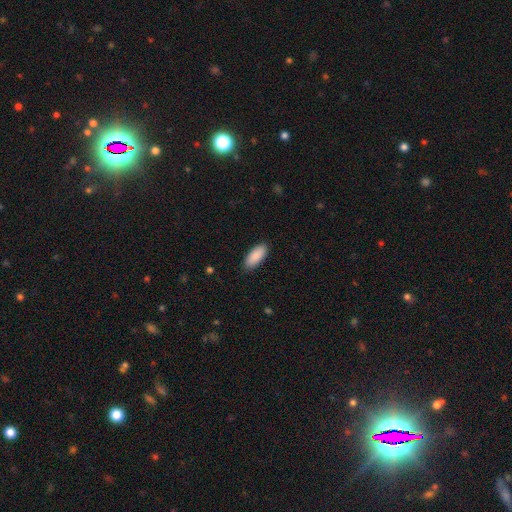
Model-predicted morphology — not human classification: The model was most divided on "how rounded": in between: 85%, cigar-shaped: 14%, round: 2%. More confident: smooth or featured — smooth (90%); merging — none (88%).